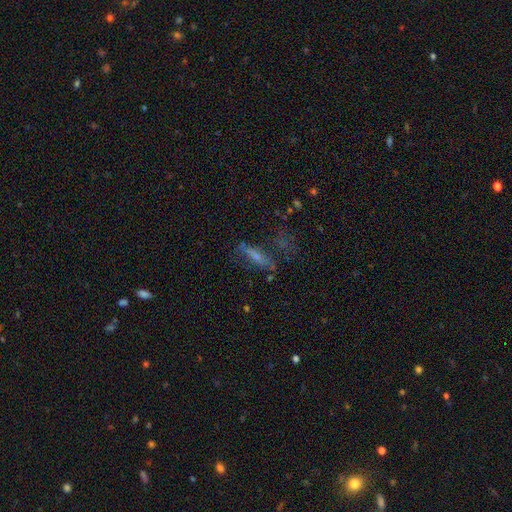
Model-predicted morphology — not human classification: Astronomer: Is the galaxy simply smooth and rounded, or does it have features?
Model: featured or disk — 46% (runner-up: smooth, 32%).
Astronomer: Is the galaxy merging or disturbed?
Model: none — 60%.